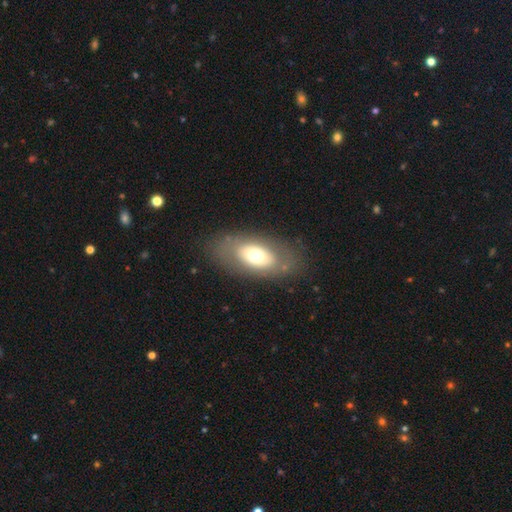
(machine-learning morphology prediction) Smooth or featured? smooth (57%)
How rounded? in between (90%)
Merging? none (79%)